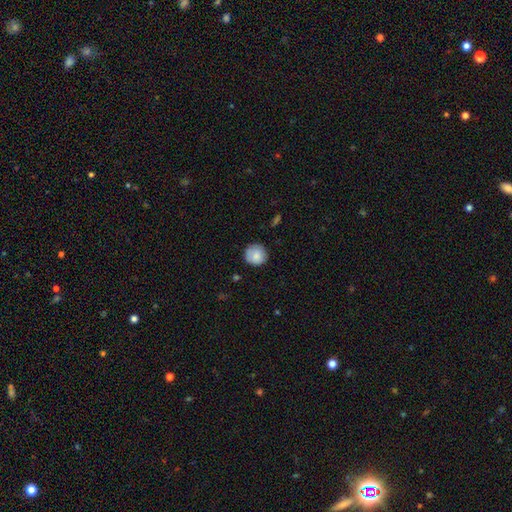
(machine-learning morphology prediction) Smooth or featured? smooth (81%)
How rounded? round (92%)
Merging? none (78%)